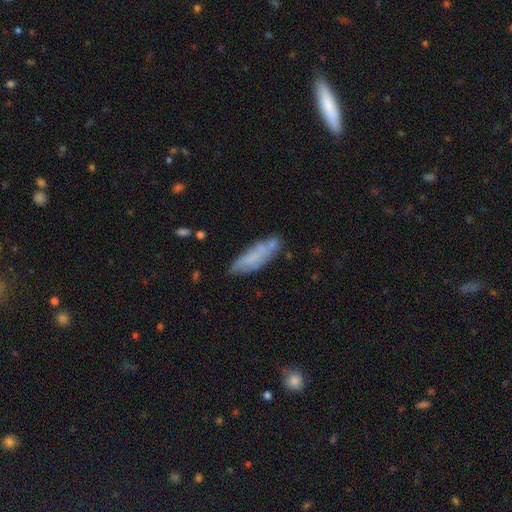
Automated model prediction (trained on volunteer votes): The model was most divided on "how rounded": cigar-shaped: 58%, in between: 40%, round: 2%. More confident: merging — none (65%); smooth or featured — smooth (61%).